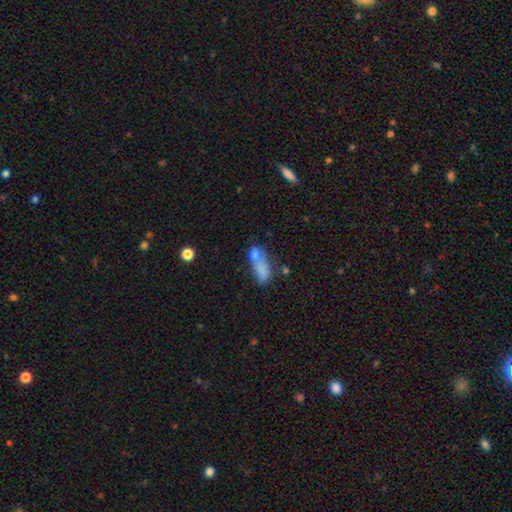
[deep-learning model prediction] smooth_or_featured: smooth (p=0.72) [alt: featured or disk p=0.16]
how_rounded: in between (p=0.75) [alt: round p=0.13]
merging: merger (p=0.45) [alt: none p=0.28]